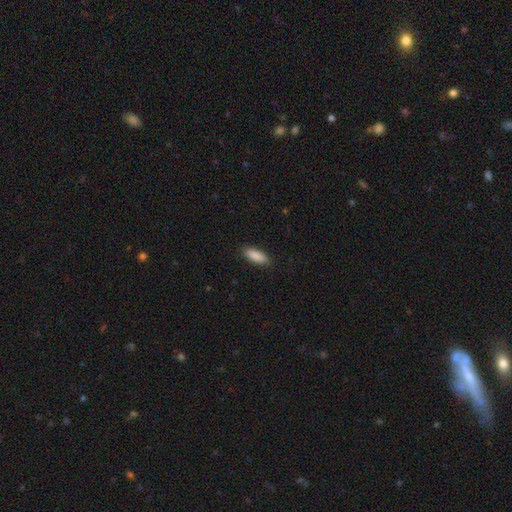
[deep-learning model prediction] This appears to be a smooth galaxy with no disk features (89%) that is in between round and cigar-shaped (65%). Merging: none (88%).